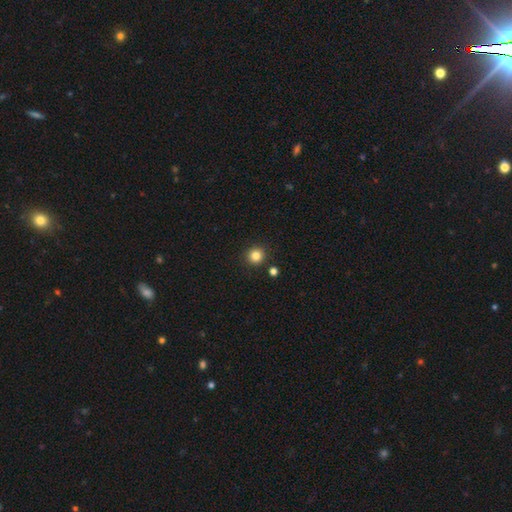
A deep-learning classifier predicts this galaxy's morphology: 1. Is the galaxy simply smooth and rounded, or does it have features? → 83% smooth, 12% star or artifact, 5% featured or disk.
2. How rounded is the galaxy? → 93% round, 6% in between, 1% cigar-shaped.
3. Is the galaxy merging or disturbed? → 89% none, 6% minor disturbance, 3% merger, 2% major disturbance.